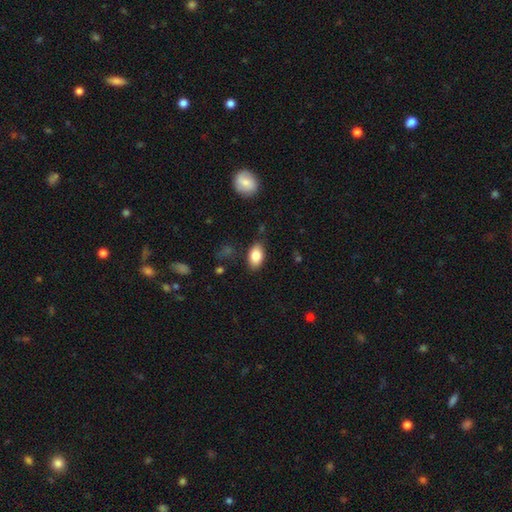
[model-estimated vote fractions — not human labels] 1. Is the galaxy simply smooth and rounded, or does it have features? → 84% smooth, 9% featured or disk, 7% star or artifact.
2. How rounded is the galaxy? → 92% in between, 6% round, 2% cigar-shaped.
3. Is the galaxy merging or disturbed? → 83% none, 12% minor disturbance, 3% major disturbance, 2% merger.